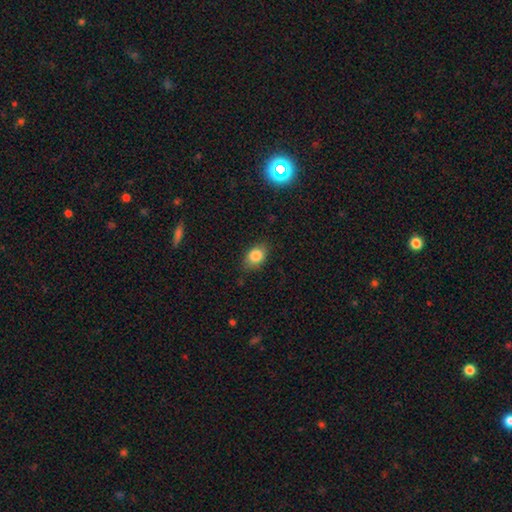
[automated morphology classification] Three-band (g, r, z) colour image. It shows a smooth galaxy with no disk features (84%) that is in between round and cigar-shaped (68%). Merging: none (78%).